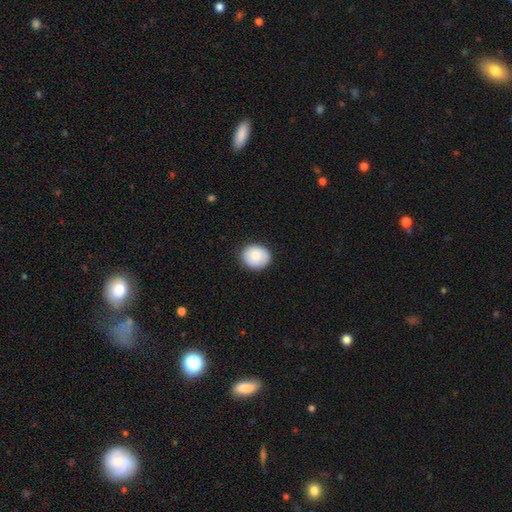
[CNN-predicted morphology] A smooth galaxy with no disk features (86%) that is round (67%). Merging: none (87%).